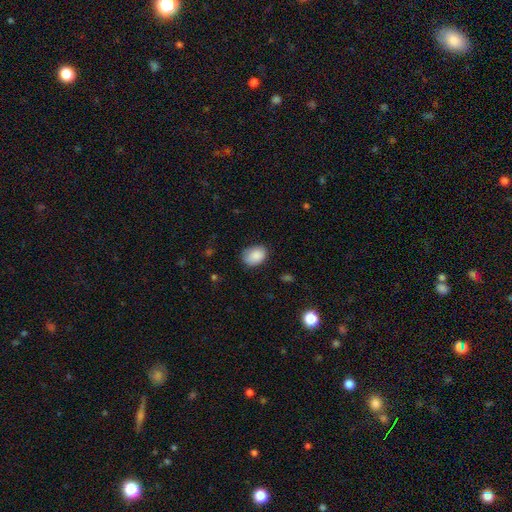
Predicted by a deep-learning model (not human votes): A smooth galaxy with no disk features (87%) that is in between round and cigar-shaped (75%). Merging: none (74%).